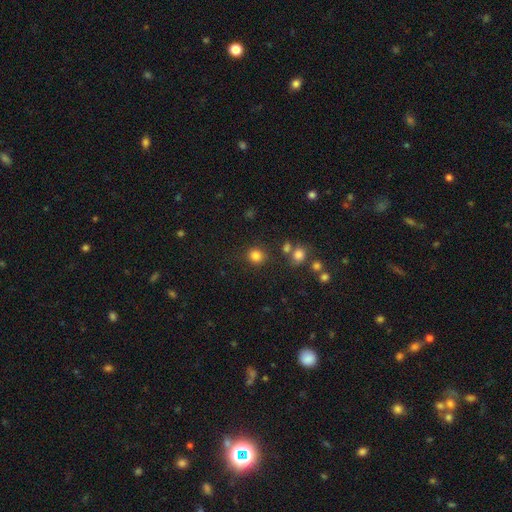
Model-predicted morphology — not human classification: Overall: smooth (82%). How rounded: round (83%). Merging: none (82%).